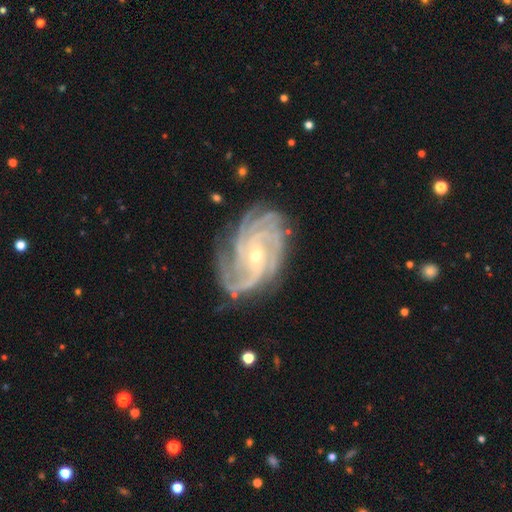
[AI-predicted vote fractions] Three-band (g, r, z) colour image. It shows a featured or disk galaxy (92%) with no bar (42%), 4 (37%) tight (60%) spiral arms (98%) and a small central bulge (64%). Merging: none (72%).